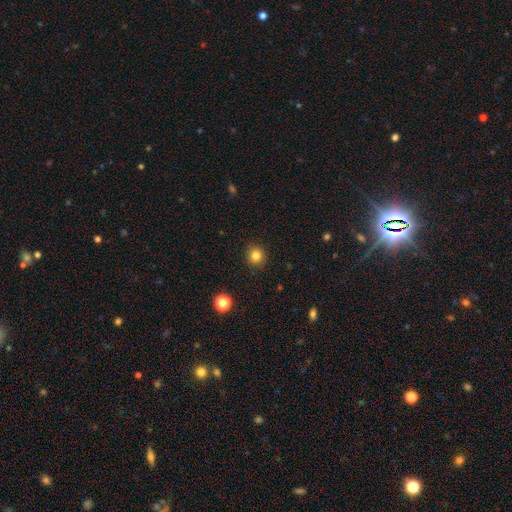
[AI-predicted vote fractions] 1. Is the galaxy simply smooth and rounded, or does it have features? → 83% smooth, 12% star or artifact, 5% featured or disk.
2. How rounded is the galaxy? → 90% round, 9% in between, 1% cigar-shaped.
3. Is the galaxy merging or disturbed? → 91% none, 6% minor disturbance, 2% major disturbance, 1% merger.